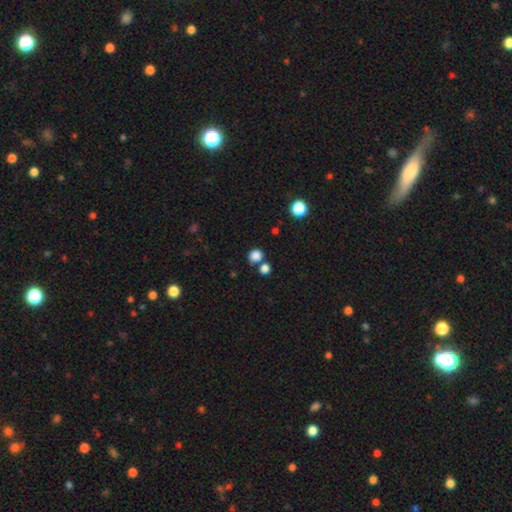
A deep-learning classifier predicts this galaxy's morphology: Q: Smooth or featured?
A: smooth (83%); runner-up: star or artifact (13%)
Q: How rounded?
A: round (78%); runner-up: in between (21%)
Q: Merging?
A: none (68%); runner-up: merger (20%)